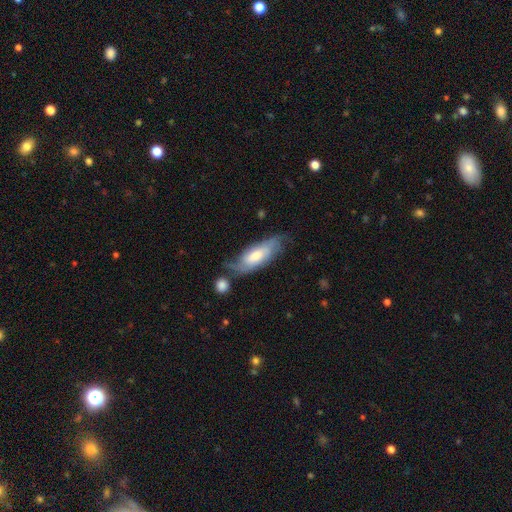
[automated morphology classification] Q: Smooth or featured?
A: featured or disk (50%); runner-up: smooth (44%)
Q: Merging?
A: none (55%); runner-up: minor disturbance (26%)